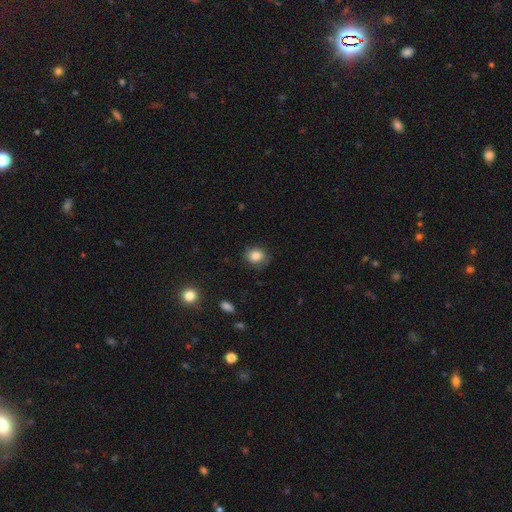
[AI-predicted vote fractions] smooth 85%, star or artifact 10%, featured or disk 6%. Down the decision tree: how rounded — round (67%); merging — none (79%).